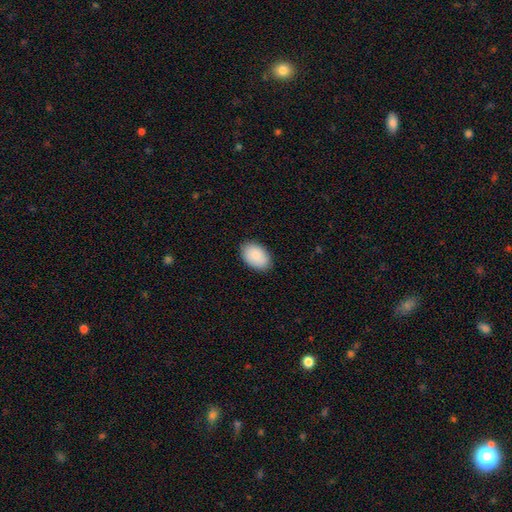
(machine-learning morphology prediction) smooth 89%, star or artifact 6%, featured or disk 5%. Down the decision tree: how rounded — in between (91%); merging — none (87%).